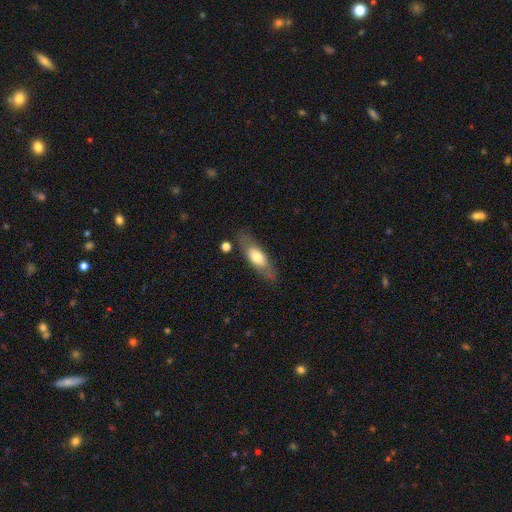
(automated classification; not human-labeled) smooth_or_featured: smooth (p=0.56) [alt: featured or disk p=0.38]
how_rounded: in between (p=0.65) [alt: cigar-shaped p=0.31]
merging: none (p=0.76) [alt: minor disturbance p=0.15]